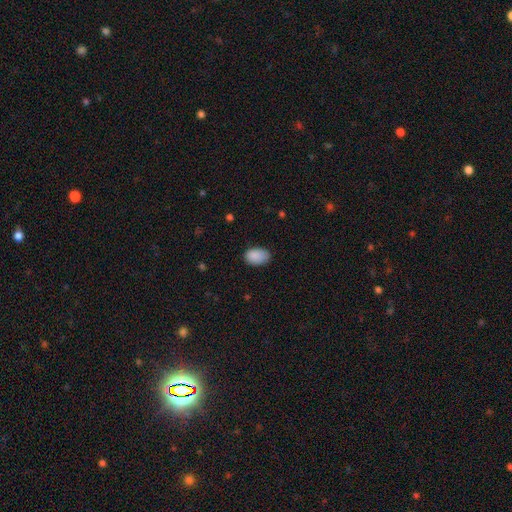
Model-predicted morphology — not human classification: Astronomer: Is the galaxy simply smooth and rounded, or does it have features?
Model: smooth — 89%.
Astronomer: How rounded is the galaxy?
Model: in between — 90%.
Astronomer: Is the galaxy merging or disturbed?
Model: none — 74%.